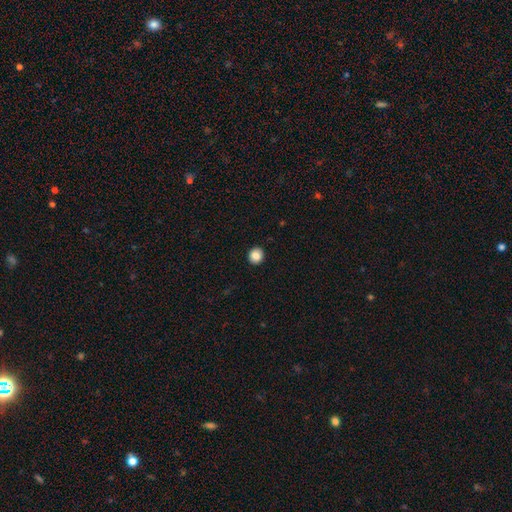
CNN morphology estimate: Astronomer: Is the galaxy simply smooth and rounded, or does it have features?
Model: smooth — 86%.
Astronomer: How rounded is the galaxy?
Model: round — 85%.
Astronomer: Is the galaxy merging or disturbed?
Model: none — 92%.